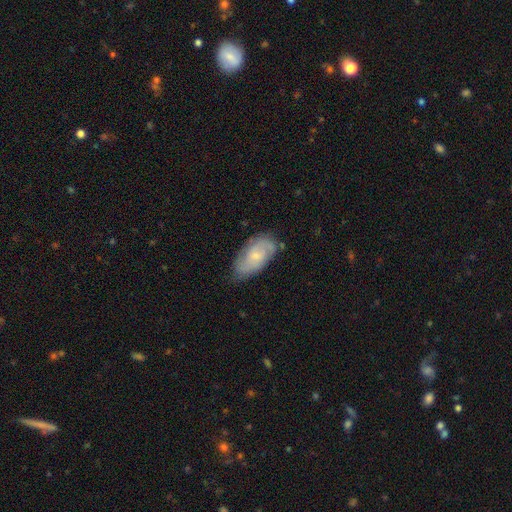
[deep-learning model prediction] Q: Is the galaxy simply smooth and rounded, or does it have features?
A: featured or disk — 62%.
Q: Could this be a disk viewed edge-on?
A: no — 95%.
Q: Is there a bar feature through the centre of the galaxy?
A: no — 65%.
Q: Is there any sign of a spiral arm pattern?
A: yes — 89%.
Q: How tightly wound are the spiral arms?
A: tight — 45%.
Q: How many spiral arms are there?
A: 2 — 51%.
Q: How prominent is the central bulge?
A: small — 66%.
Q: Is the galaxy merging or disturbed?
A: none — 68%.